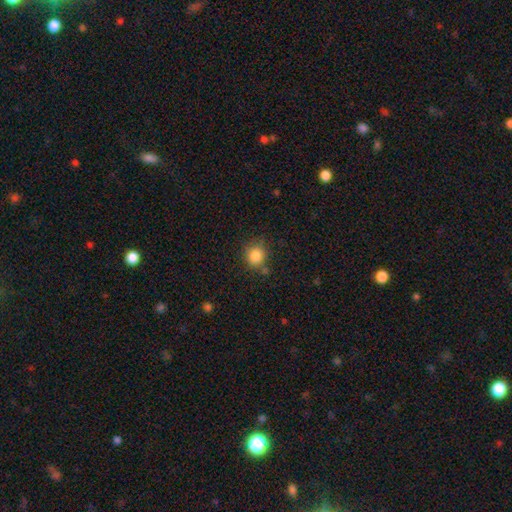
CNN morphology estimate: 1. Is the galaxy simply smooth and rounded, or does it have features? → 84% smooth, 11% star or artifact, 5% featured or disk.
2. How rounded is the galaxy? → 82% round, 17% in between, 1% cigar-shaped.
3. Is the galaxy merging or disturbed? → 74% none, 16% minor disturbance, 6% merger, 4% major disturbance.